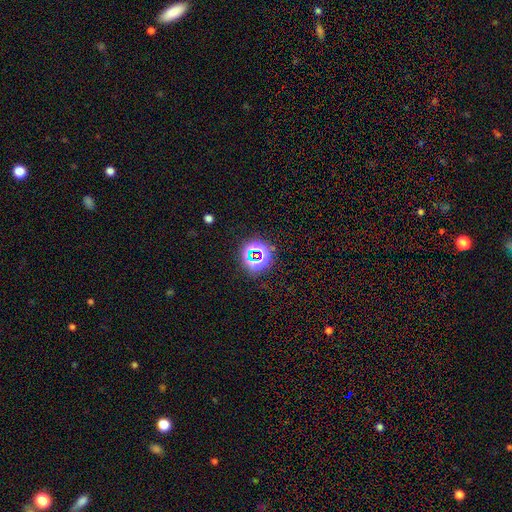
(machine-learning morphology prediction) The model was most divided on "smooth or featured": star or artifact: 68%, smooth: 22%, featured or disk: 10%.